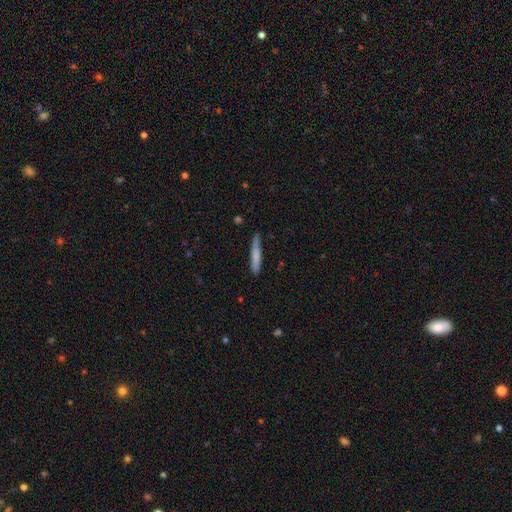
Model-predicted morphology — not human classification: This is likely a smooth galaxy (73%). How rounded: clearly cigar-shaped (93%). Merging: clearly none (82%).